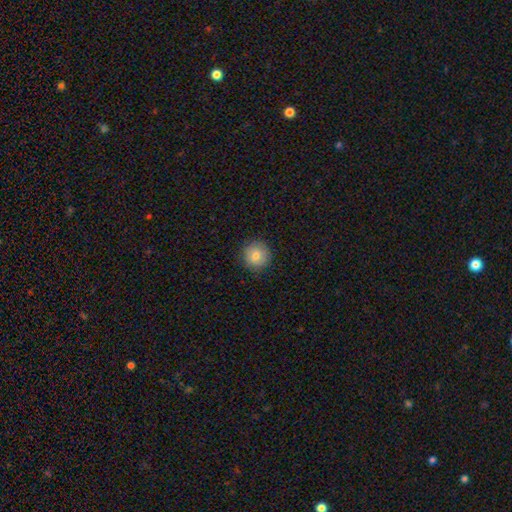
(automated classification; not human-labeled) This appears to be a smooth galaxy with no disk features (80%) that is round (94%). Merging: none (89%).